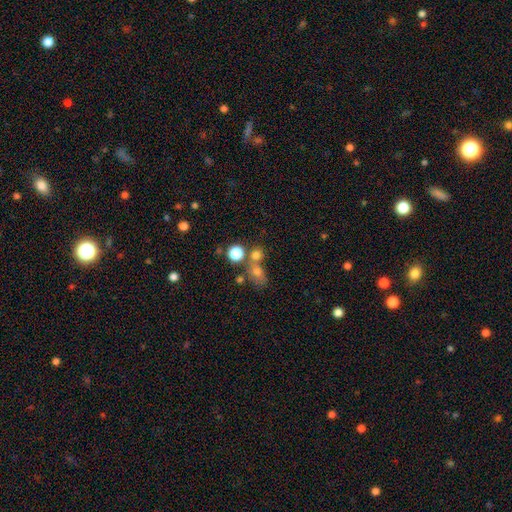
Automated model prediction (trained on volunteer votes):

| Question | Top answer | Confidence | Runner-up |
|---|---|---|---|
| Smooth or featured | smooth | 71% | star or artifact (18%) |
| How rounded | round | 72% | in between (26%) |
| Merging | none | 50% | merger (36%) |